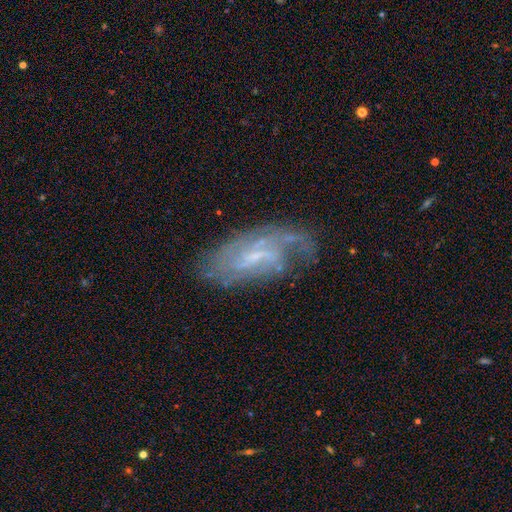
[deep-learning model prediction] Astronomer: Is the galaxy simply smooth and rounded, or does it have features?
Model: featured or disk — 76%.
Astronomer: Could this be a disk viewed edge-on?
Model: no — 92%.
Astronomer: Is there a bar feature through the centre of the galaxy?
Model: weak — 55% (runner-up: no, 31%).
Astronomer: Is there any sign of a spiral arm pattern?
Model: yes — 85%.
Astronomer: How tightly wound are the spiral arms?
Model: medium — 40% (runner-up: tight, 38%).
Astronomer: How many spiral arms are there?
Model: can't tell — 42% (runner-up: 2, 26%).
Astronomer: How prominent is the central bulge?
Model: small — 60%.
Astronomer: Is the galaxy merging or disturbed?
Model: none — 57%.